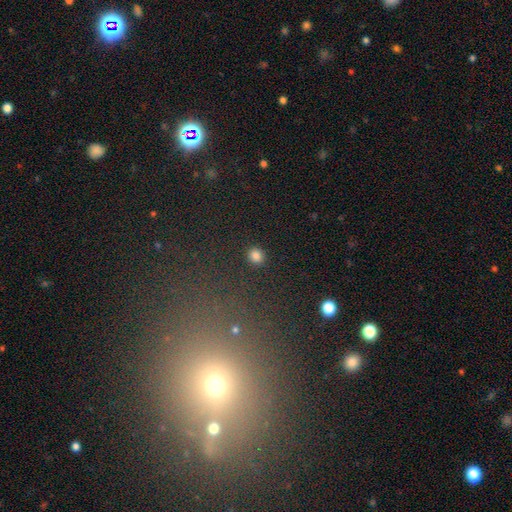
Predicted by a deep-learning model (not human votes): smooth-or-featured: smooth: 84% | star or artifact: 12% | featured or disk: 4%
  how-rounded: round: 87% | in between: 12% | cigar-shaped: 1%
  merging: none: 91% | minor disturbance: 6% | major disturbance: 2% | merger: 1%